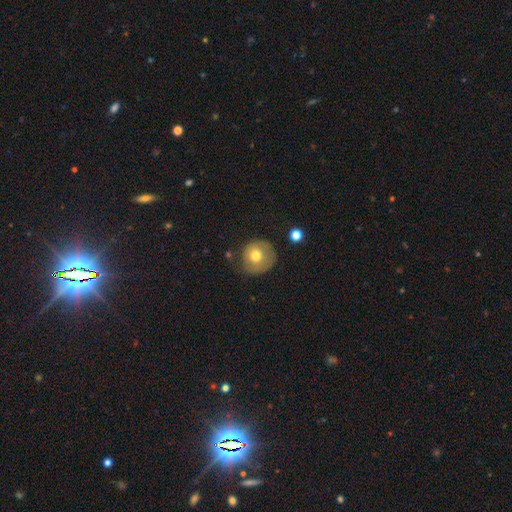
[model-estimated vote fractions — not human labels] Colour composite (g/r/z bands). It shows a smooth galaxy with no disk features (67%) that is round (89%). Merging: none (64%).